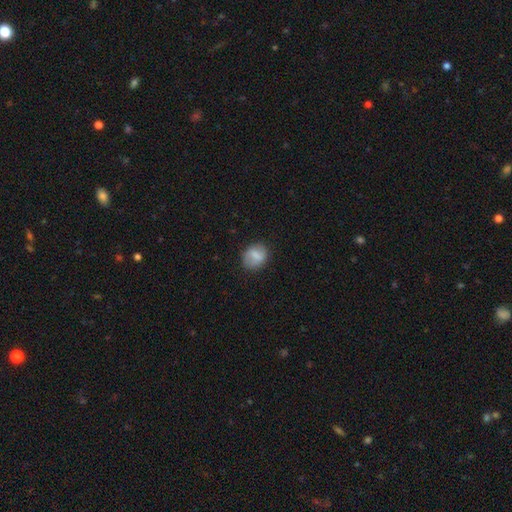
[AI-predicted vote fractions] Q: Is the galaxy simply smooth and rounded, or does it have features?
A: smooth — 73%.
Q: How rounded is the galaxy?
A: round — 54%.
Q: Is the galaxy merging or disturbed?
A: none — 77%.